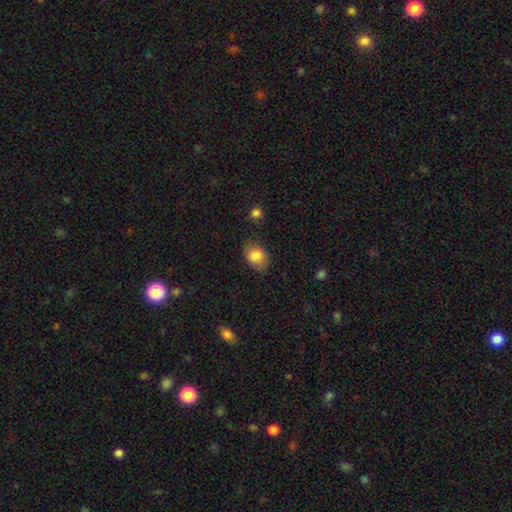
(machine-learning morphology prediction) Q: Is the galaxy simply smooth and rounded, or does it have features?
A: smooth — 82%.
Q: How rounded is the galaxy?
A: in between — 66%.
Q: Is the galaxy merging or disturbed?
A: none — 77%.